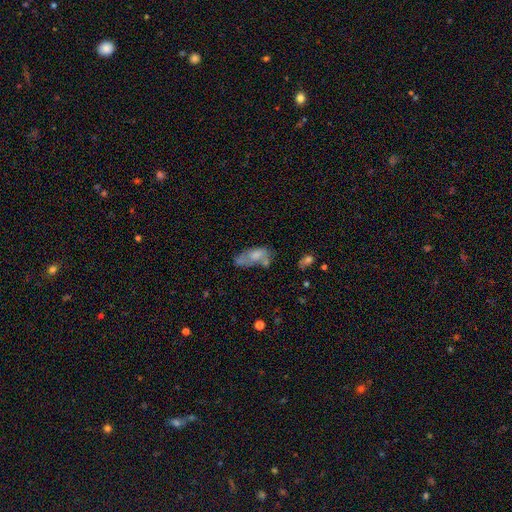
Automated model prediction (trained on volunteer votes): This appears to be a smooth galaxy with no disk features (59%) that is in between round and cigar-shaped (82%). Merging: none (32%).